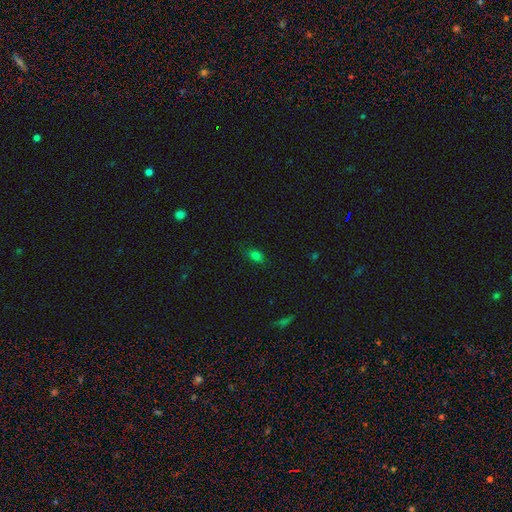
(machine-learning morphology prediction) type=smooth (77%); roundness=in between (78%); merging=none (80%).